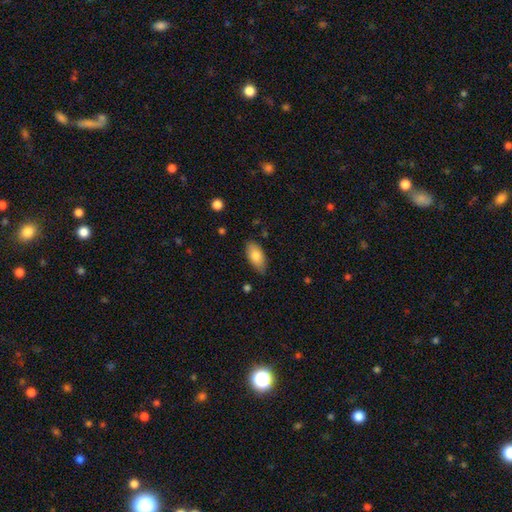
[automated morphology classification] Overall: smooth (81%). How rounded: in between (92%). Merging: none (81%).